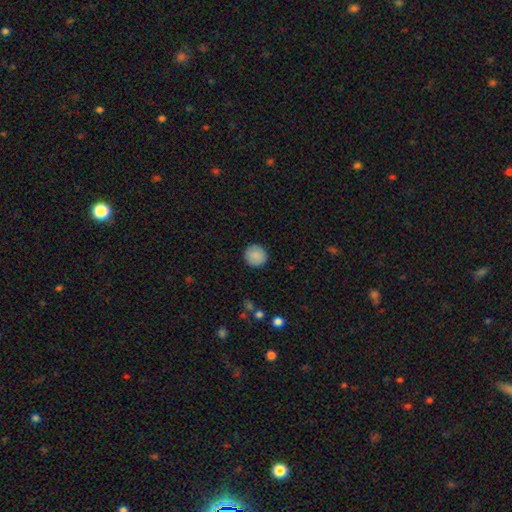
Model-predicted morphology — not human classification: Smooth or featured?
  - smooth: 89% *
  - star or artifact: 7%
  - featured or disk: 4%
How rounded?
  - round: 93% *
  - in between: 6%
  - cigar-shaped: 1%
Merging?
  - none: 91% *
  - minor disturbance: 6%
  - major disturbance: 2%
  - merger: 1%